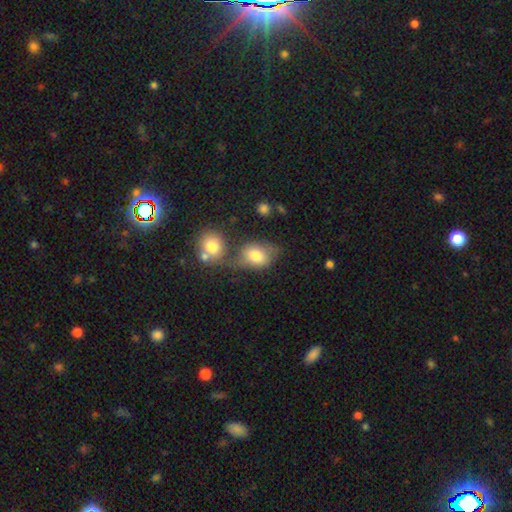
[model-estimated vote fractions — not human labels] A smooth galaxy with no disk features (77%) that is in between round and cigar-shaped (67%).

Vote fractions:
- Smooth or featured? smooth: 77% / featured or disk: 15% / star or artifact: 9%
- How rounded? in between: 67% / round: 32% / cigar-shaped: 1%
- Merging? none: 37% / merger: 34% / minor disturbance: 19% / major disturbance: 10%